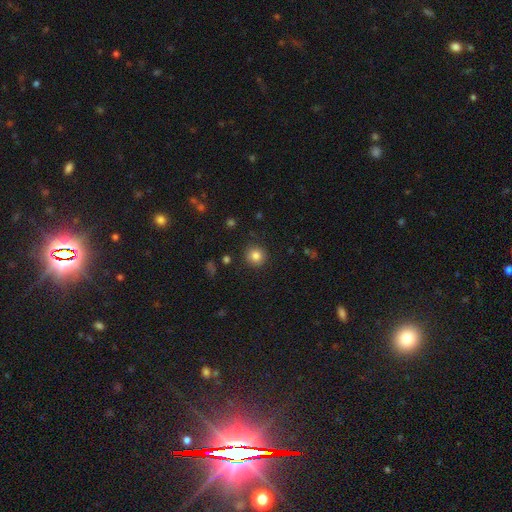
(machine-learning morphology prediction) This appears to be a smooth galaxy with no disk features (83%) that is round (93%). Merging: none (90%).